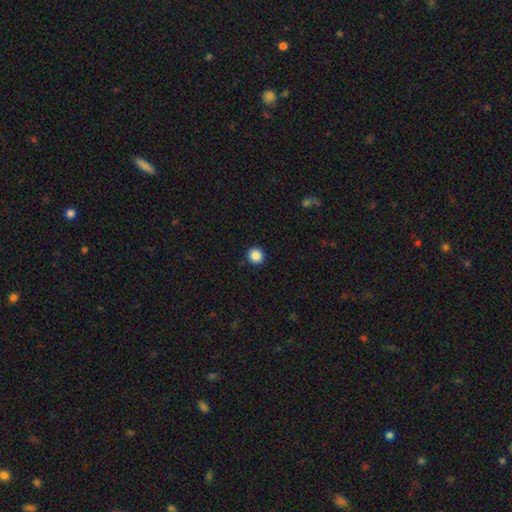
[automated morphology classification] Smooth or featured?
  - smooth: 88% *
  - star or artifact: 10%
  - featured or disk: 3%
How rounded?
  - round: 94% *
  - in between: 6%
  - cigar-shaped: 1%
Merging?
  - none: 93% *
  - minor disturbance: 4%
  - major disturbance: 2%
  - merger: 1%